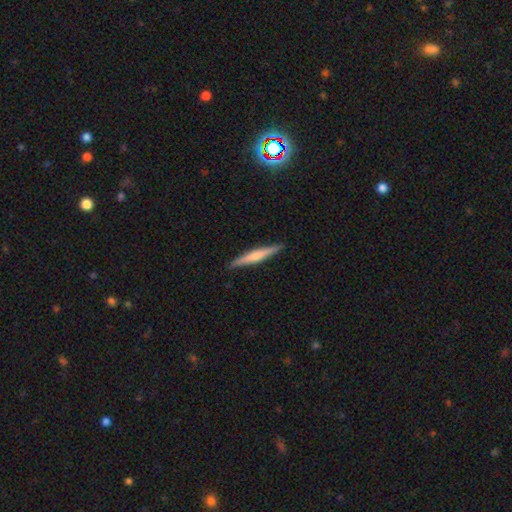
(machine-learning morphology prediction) Q: Smooth or featured?
A: featured or disk (48%); runner-up: smooth (47%)
Q: Merging?
A: none (90%); runner-up: minor disturbance (7%)